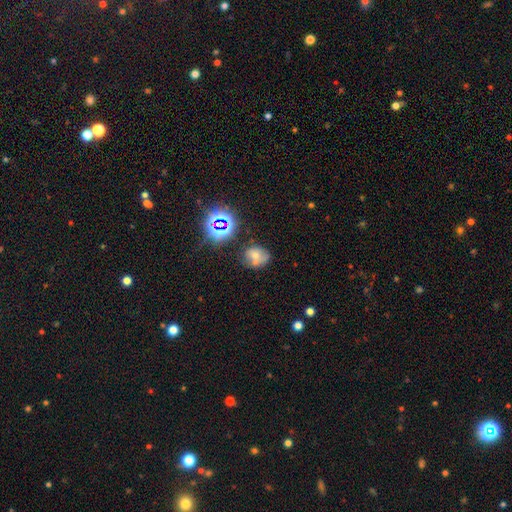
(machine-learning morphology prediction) Smooth or featured? smooth (55%)
How rounded? round (53%)
Merging? none (50%)